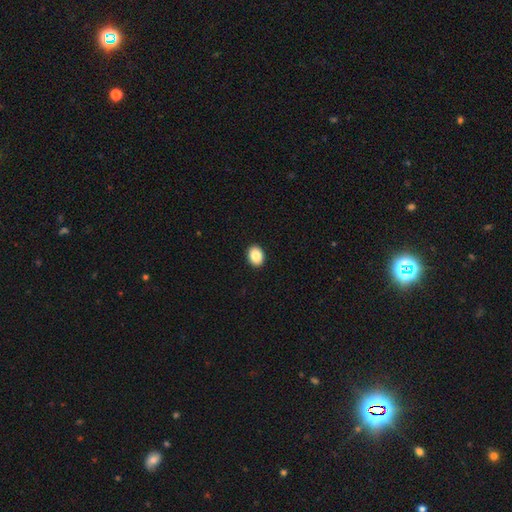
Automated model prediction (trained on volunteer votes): This is clearly a smooth galaxy (86%). How rounded: likely in between (62%). Merging: clearly none (93%).